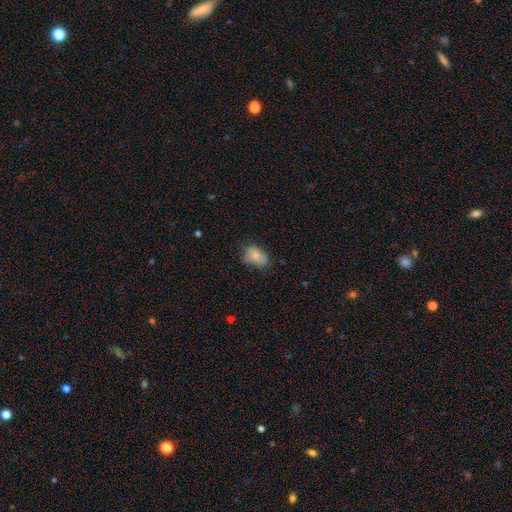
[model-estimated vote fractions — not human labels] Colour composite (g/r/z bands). It shows a smooth galaxy with no disk features (76%) that is in between round and cigar-shaped (83%). Merging: none (53%).